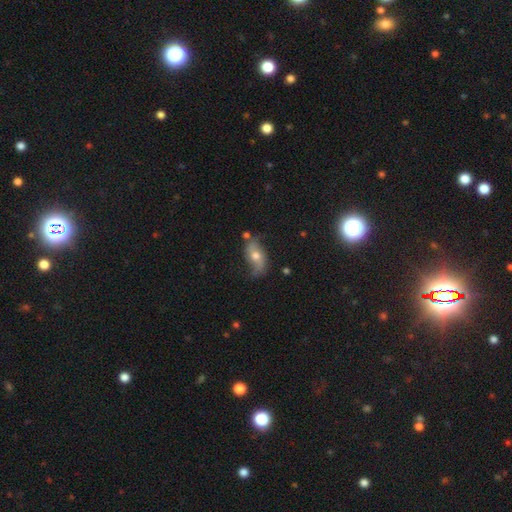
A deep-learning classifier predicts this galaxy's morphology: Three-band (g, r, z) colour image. It shows a featured or disk galaxy (55%). Merging: none (61%).